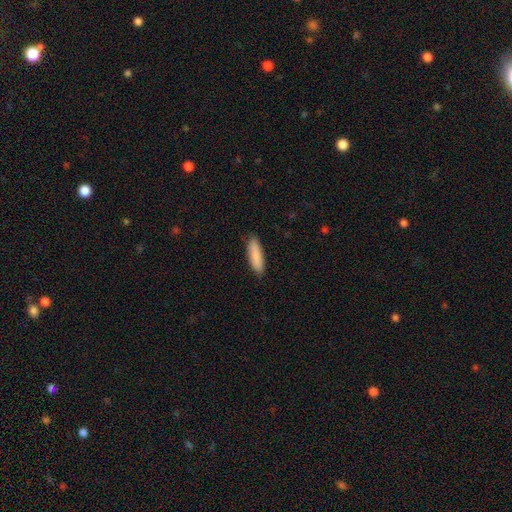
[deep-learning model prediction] smooth-or-featured: smooth: 88% | featured or disk: 6% | star or artifact: 6%
  how-rounded: cigar-shaped: 63% | in between: 36% | round: 1%
  merging: none: 89% | minor disturbance: 9% | major disturbance: 2% | merger: 1%